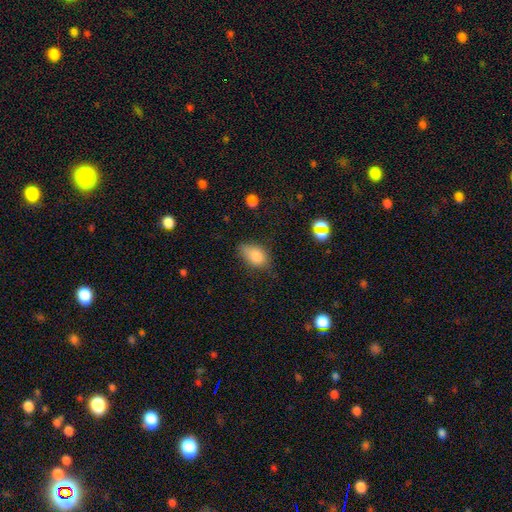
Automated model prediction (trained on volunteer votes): Smooth or featured: smooth — 82% (star or artifact — 9%)
How rounded: in between — 87% (round — 11%)
Merging: none — 58% (minor disturbance — 32%)